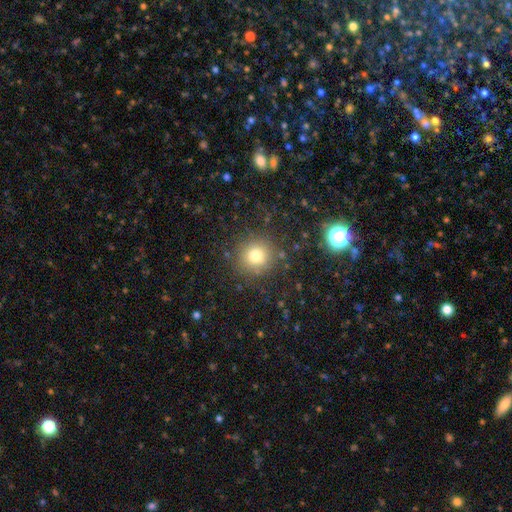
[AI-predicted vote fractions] A smooth galaxy with no disk features (76%) that is round (91%).

Vote fractions:
- Smooth or featured? smooth: 76% / star or artifact: 15% / featured or disk: 9%
- How rounded? round: 91% / in between: 8% / cigar-shaped: 1%
- Merging? none: 85% / minor disturbance: 9% / major disturbance: 4% / merger: 2%